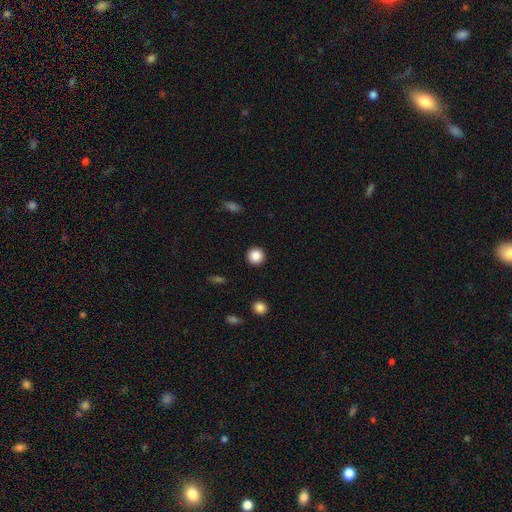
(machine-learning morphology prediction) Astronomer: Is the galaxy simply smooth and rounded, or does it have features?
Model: smooth — 87%.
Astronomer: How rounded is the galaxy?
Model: round — 95%.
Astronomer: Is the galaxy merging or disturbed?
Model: none — 92%.